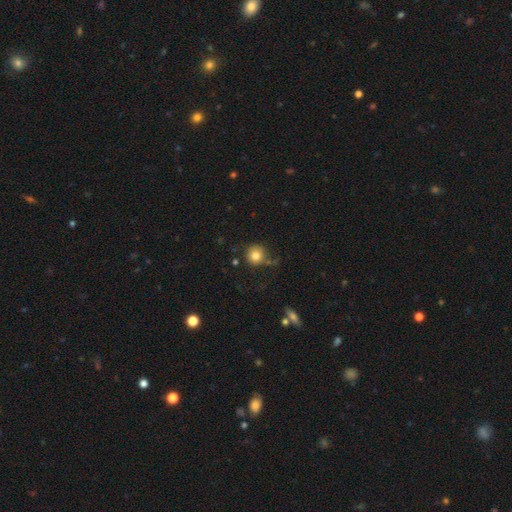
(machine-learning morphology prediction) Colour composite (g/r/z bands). It shows a smooth galaxy with no disk features (80%) that is round (92%). Merging: none (70%).